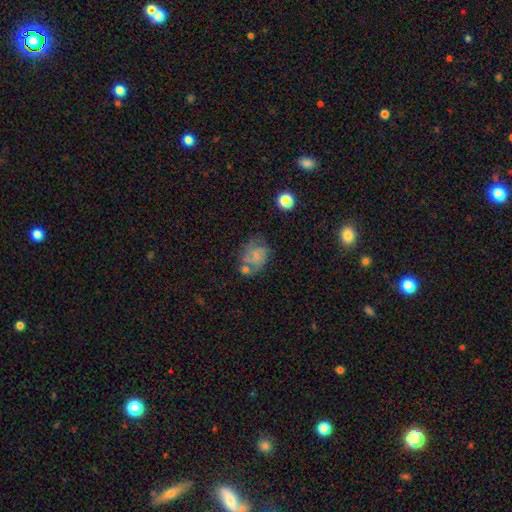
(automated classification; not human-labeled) This appears to be a smooth galaxy with no disk features (45%). Merging: none (43%).